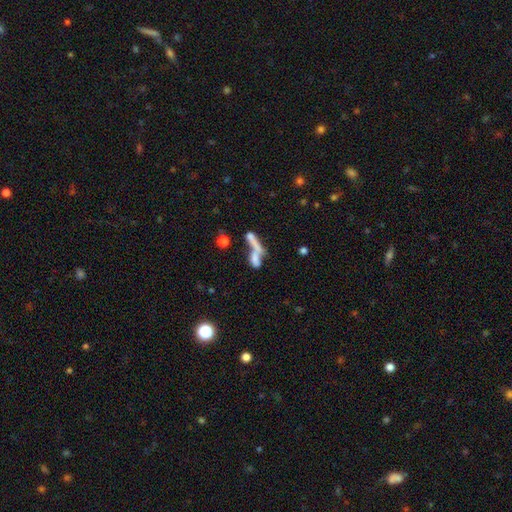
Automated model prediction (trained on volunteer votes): Smooth or featured? Predicted: smooth (p=0.53). How rounded? Predicted: cigar-shaped (p=0.59). Merging? Predicted: merger (p=0.55).